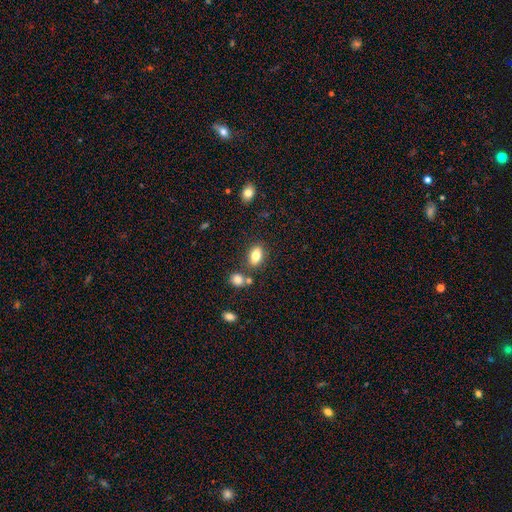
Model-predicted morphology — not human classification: This is clearly a smooth galaxy (80%). How rounded: clearly in between (86%). Merging: likely none (75%).